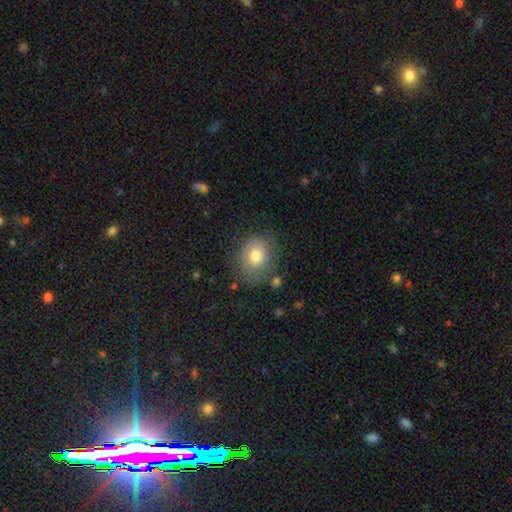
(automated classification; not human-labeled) A smooth galaxy with no disk features (74%) that is round (69%).

Vote fractions:
- Smooth or featured? smooth: 74% / featured or disk: 16% / star or artifact: 10%
- How rounded? round: 69% / in between: 30% / cigar-shaped: 1%
- Merging? none: 66% / minor disturbance: 21% / major disturbance: 9% / merger: 3%